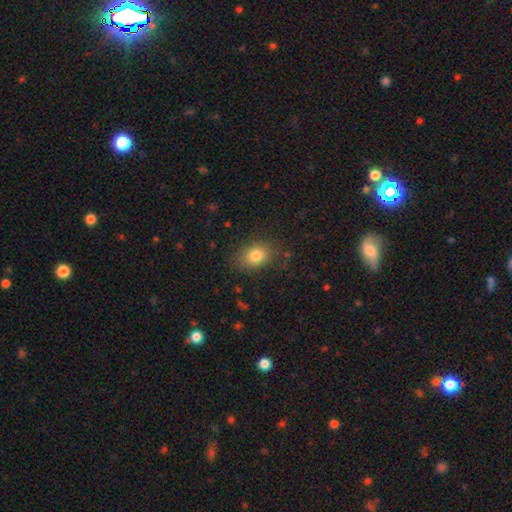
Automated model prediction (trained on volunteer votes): A smooth galaxy with no disk features (81%) that is in between round and cigar-shaped (67%).

Vote fractions:
- Smooth or featured? smooth: 81% / star or artifact: 10% / featured or disk: 9%
- How rounded? in between: 67% / round: 32% / cigar-shaped: 1%
- Merging? none: 80% / minor disturbance: 14% / major disturbance: 5% / merger: 1%